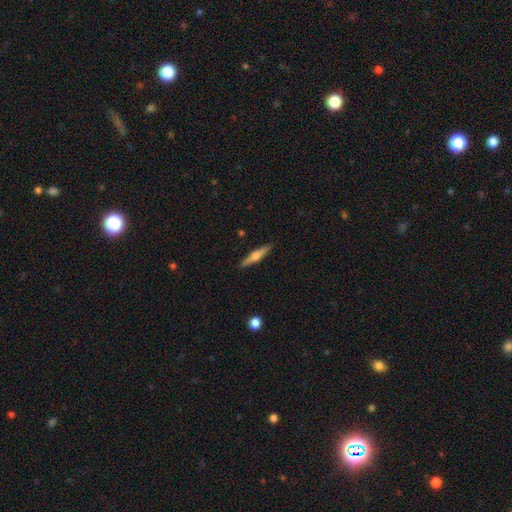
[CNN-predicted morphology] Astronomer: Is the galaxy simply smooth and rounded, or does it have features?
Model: featured or disk — 61%.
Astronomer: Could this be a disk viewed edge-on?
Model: yes — 97%.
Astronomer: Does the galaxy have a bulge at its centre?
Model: rounded — 89%.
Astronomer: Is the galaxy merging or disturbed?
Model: none — 91%.